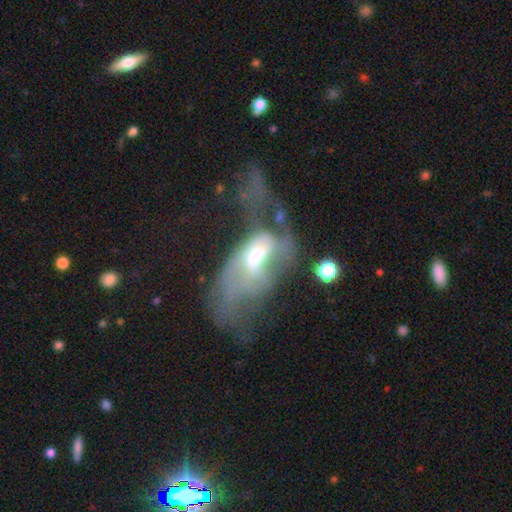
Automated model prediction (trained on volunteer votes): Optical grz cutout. It shows a featured or disk galaxy (62%) with no bar (46%), no spiral arms (52%) and a moderate central bulge (57%). Merging: major disturbance (59%).